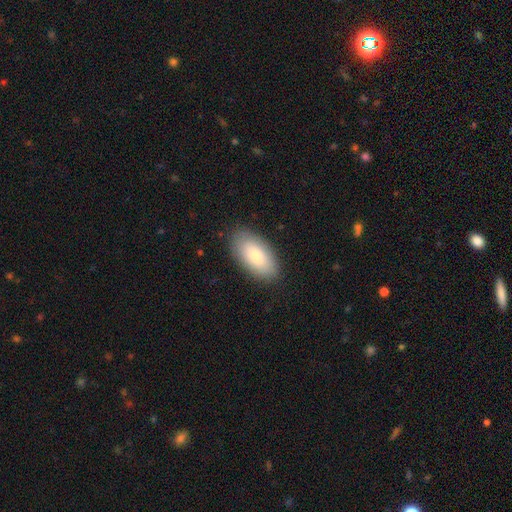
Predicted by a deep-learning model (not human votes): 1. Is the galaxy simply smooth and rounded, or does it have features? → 82% smooth, 13% featured or disk, 6% star or artifact.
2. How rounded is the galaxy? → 95% in between, 3% cigar-shaped, 2% round.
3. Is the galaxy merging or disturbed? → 87% none, 10% minor disturbance, 3% major disturbance, 1% merger.